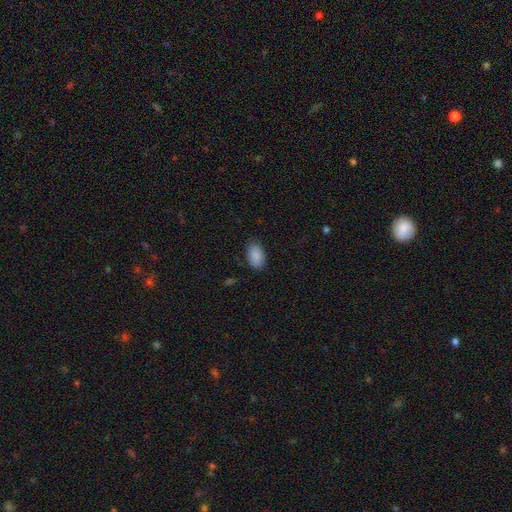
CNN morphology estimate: smooth 89%, star or artifact 7%, featured or disk 4%. Down the decision tree: how rounded — in between (93%); merging — none (84%).